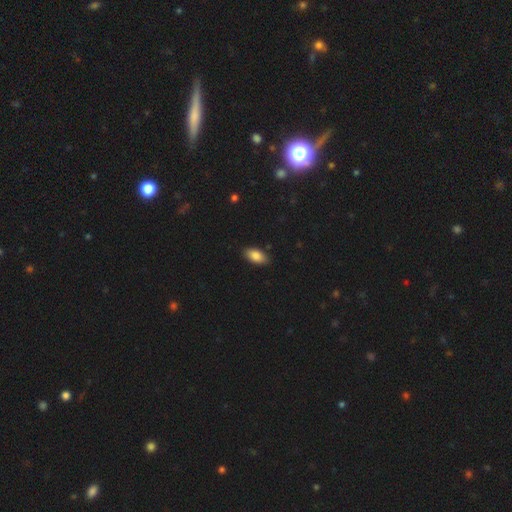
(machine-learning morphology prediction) smooth_or_featured: smooth (p=0.86) [alt: star or artifact p=0.07]
how_rounded: in between (p=0.92) [alt: cigar-shaped p=0.05]
merging: none (p=0.87) [alt: minor disturbance p=0.10]